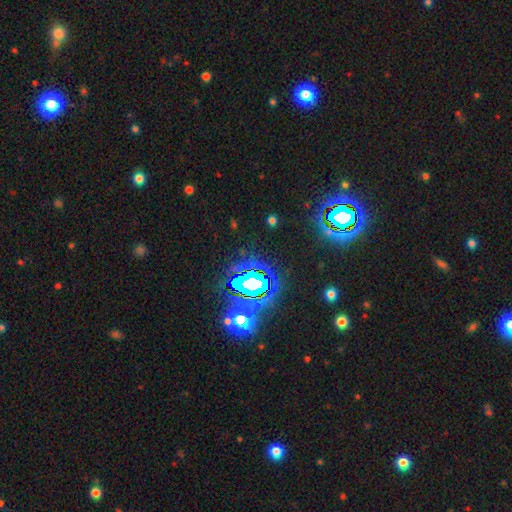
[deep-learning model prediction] Overall: star or artifact (81%).